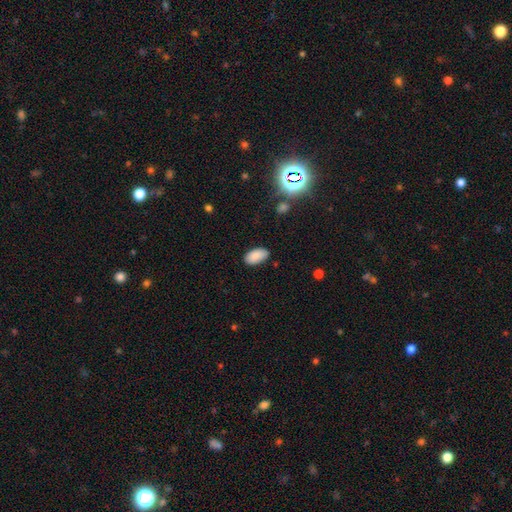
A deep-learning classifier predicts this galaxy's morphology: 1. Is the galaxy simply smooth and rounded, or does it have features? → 88% smooth, 9% star or artifact, 4% featured or disk.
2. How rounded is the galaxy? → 95% in between, 3% round, 2% cigar-shaped.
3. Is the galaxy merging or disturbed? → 86% none, 11% minor disturbance, 2% major disturbance, 1% merger.